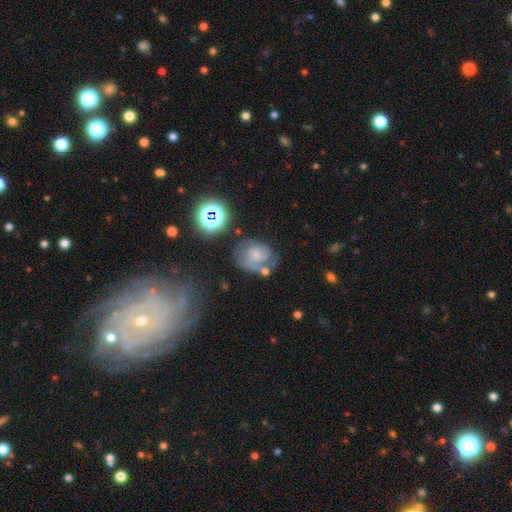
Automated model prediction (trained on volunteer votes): Smooth or featured? Predicted: featured or disk (p=0.47). Merging? Predicted: none (p=0.44).